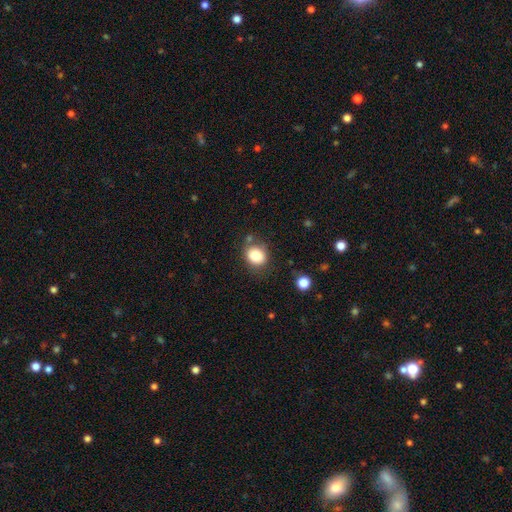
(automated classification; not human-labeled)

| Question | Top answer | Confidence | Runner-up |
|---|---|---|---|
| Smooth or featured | smooth | 82% | star or artifact (10%) |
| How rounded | round | 68% | in between (31%) |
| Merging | none | 75% | minor disturbance (15%) |